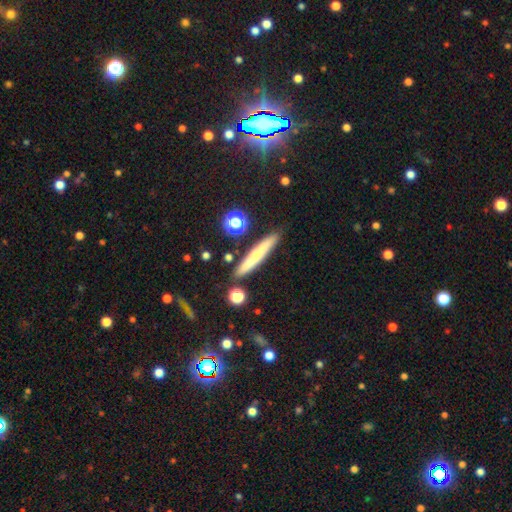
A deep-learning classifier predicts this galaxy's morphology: smooth-or-featured: smooth: 57% | featured or disk: 34% | star or artifact: 10%
  how-rounded: cigar-shaped: 91% | in between: 6% | round: 3%
  merging: none: 85% | minor disturbance: 9% | merger: 4% | major disturbance: 2%